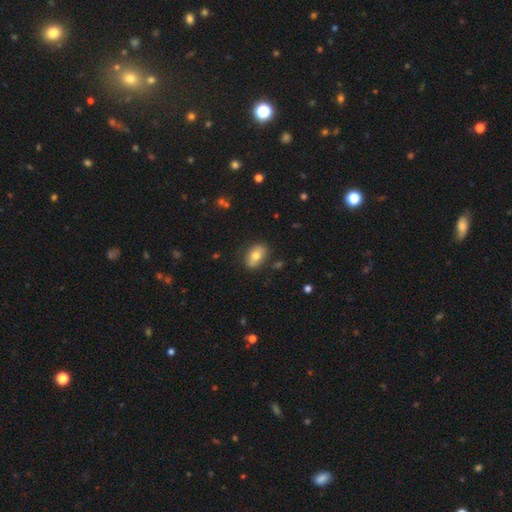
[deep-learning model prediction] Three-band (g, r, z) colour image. It shows a smooth galaxy with no disk features (69%) that is in between round and cigar-shaped (84%). Merging: none (82%).